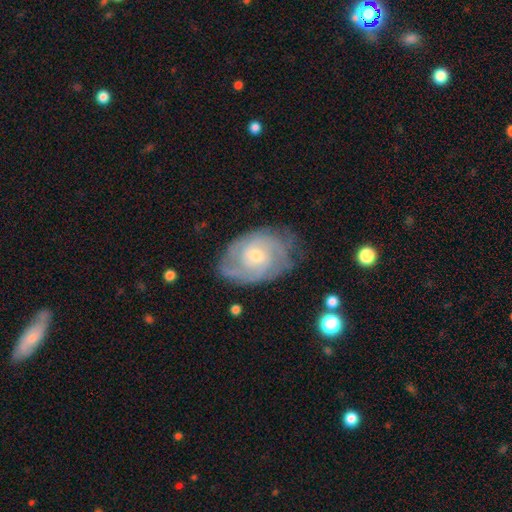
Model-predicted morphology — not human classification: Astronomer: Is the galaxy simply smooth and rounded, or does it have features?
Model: featured or disk — 82%.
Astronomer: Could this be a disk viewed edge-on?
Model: no — 97%.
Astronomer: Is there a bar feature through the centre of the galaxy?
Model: no — 68%.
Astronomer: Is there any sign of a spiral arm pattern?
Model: yes — 93%.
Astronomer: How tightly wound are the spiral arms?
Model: tight — 64%.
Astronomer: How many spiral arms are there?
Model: can't tell — 35% (runner-up: 2, 31%).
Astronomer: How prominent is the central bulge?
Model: small — 51% (runner-up: moderate, 45%).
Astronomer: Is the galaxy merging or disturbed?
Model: none — 69%.